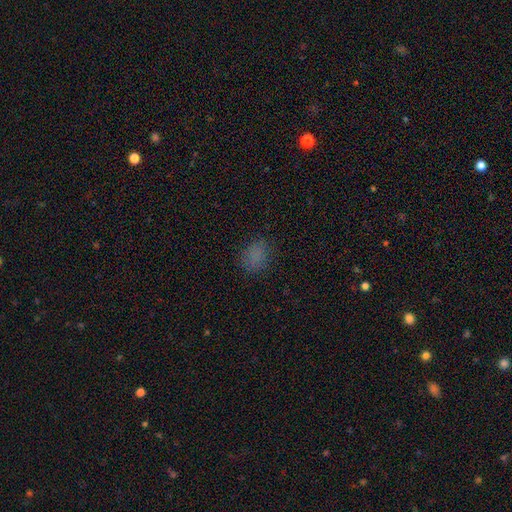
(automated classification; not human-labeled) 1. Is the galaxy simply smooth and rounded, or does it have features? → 78% smooth, 17% star or artifact, 5% featured or disk.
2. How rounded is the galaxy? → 55% in between, 43% round, 2% cigar-shaped.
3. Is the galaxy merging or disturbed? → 80% none, 14% minor disturbance, 5% major disturbance, 1% merger.